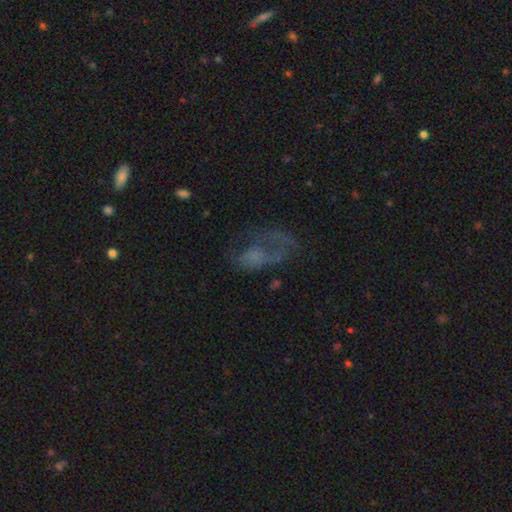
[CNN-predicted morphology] featured or disk 47%, smooth 36%, star or artifact 17%. Down the decision tree: merging — major disturbance (52%).